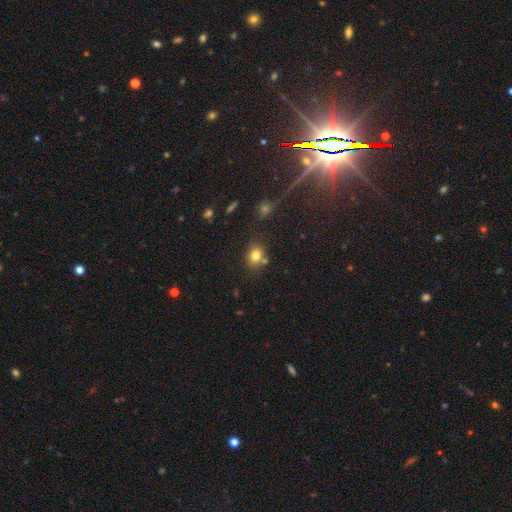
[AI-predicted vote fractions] smooth 79%, star or artifact 12%, featured or disk 9%. Down the decision tree: how rounded — in between (51%); merging — none (69%).